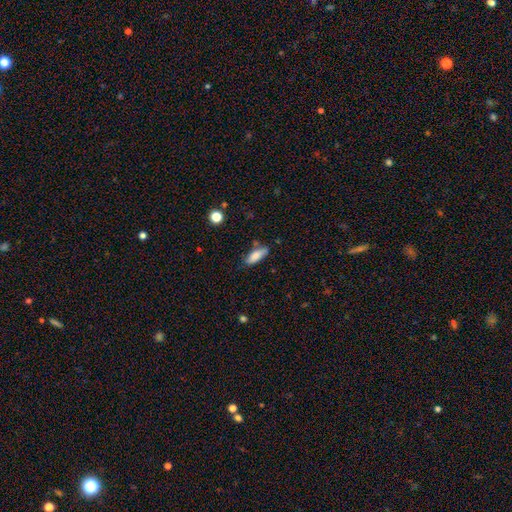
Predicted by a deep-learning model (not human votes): Morphology: type=smooth (82%); roundness=in between (68%); merging=none (72%).